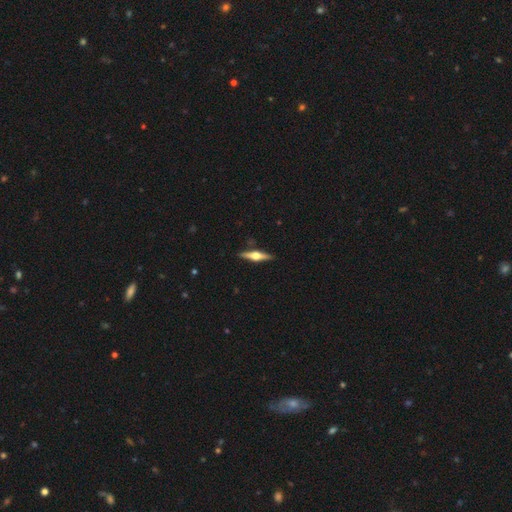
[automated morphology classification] This appears to be a featured or disk galaxy (72%) viewed edge-on (97%) with a rounded central bulge (94%). Merging: none (90%).